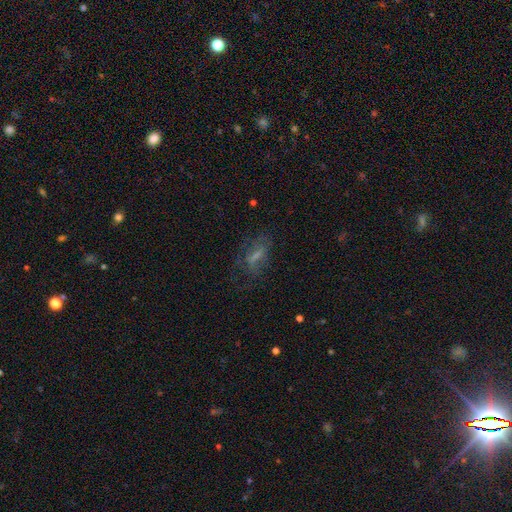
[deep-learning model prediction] The model was most divided on "smooth or featured": smooth: 44%, featured or disk: 39%, star or artifact: 17%. More confident: merging — none (57%).